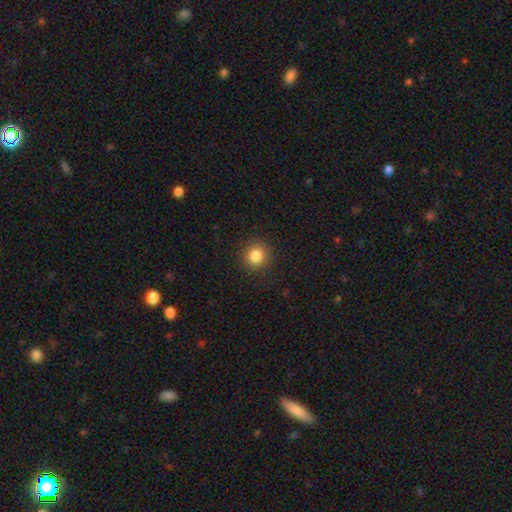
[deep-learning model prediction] smooth_or_featured: smooth (p=0.85) [alt: star or artifact p=0.11]
how_rounded: round (p=0.90) [alt: in between p=0.09]
merging: none (p=0.90) [alt: minor disturbance p=0.07]